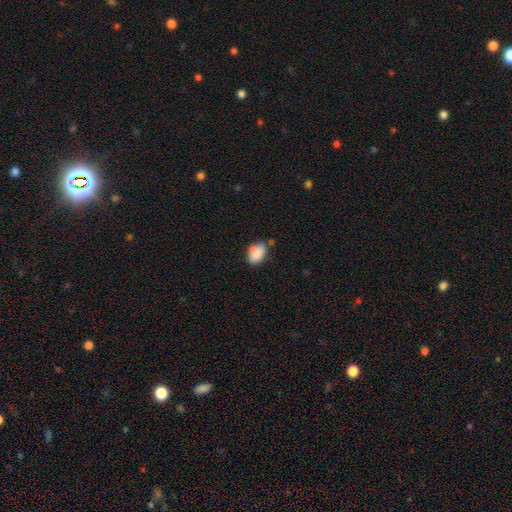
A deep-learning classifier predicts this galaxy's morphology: This is clearly a smooth galaxy (84%). How rounded: clearly in between (84%). Merging: possibly none (57%).